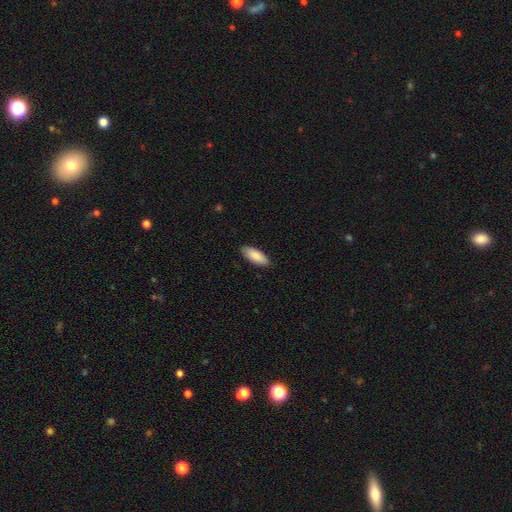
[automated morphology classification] This is clearly a smooth galaxy (87%). How rounded: likely in between (77%). Merging: clearly none (86%).